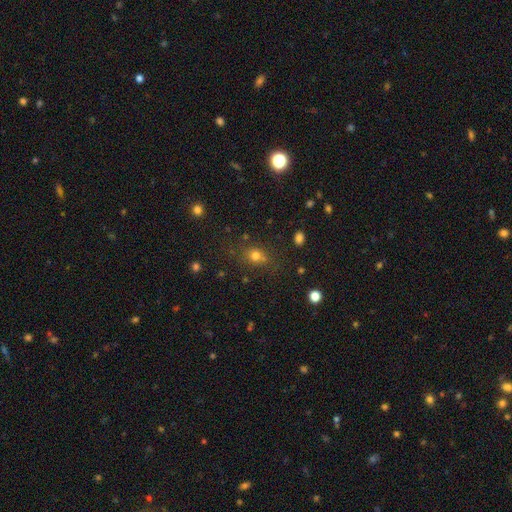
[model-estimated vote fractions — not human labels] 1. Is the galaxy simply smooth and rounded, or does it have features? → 74% smooth, 17% star or artifact, 8% featured or disk.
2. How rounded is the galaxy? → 63% round, 35% in between, 2% cigar-shaped.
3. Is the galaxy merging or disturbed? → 68% none, 15% minor disturbance, 11% merger, 6% major disturbance.